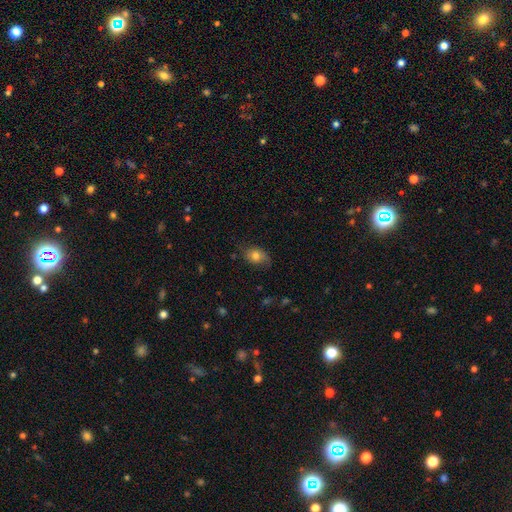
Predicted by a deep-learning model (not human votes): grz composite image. It shows a smooth galaxy with no disk features (72%) that is in between round and cigar-shaped (69%). Merging: none (69%).